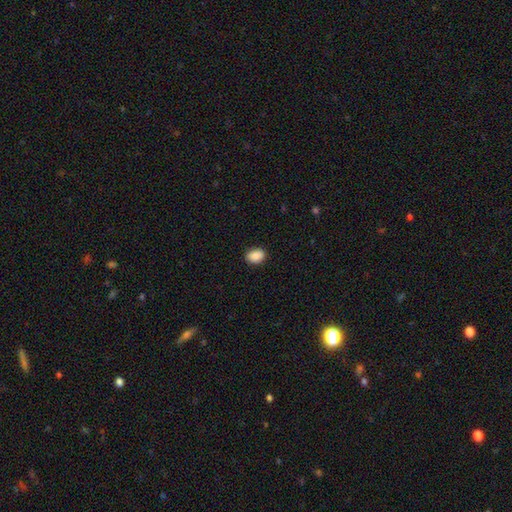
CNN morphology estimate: Q: Smooth or featured?
A: smooth (88%); runner-up: star or artifact (8%)
Q: How rounded?
A: in between (69%); runner-up: round (30%)
Q: Merging?
A: none (87%); runner-up: minor disturbance (10%)